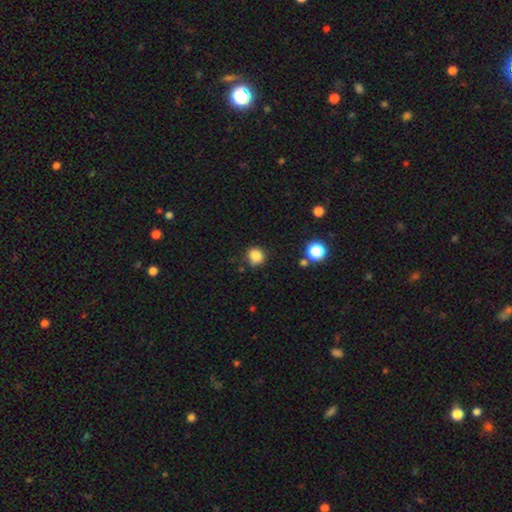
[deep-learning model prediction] A smooth galaxy with no disk features (84%) that is round (86%).

Vote fractions:
- Smooth or featured? smooth: 84% / star or artifact: 12% / featured or disk: 4%
- How rounded? round: 86% / in between: 13% / cigar-shaped: 1%
- Merging? none: 79% / minor disturbance: 15% / major disturbance: 3% / merger: 3%